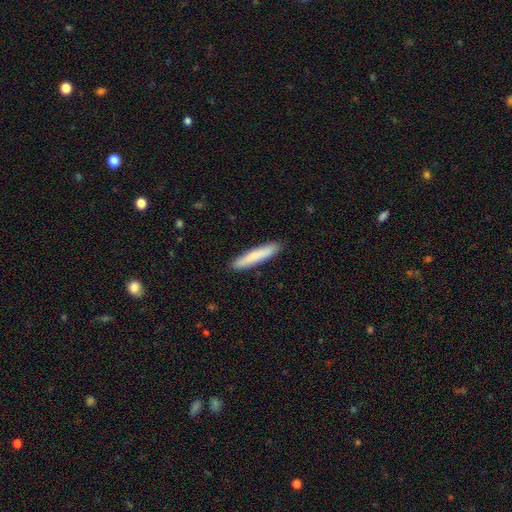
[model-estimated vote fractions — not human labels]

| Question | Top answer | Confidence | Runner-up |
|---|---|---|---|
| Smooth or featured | smooth | 76% | featured or disk (19%) |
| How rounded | cigar-shaped | 93% | in between (6%) |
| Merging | none | 91% | minor disturbance (7%) |